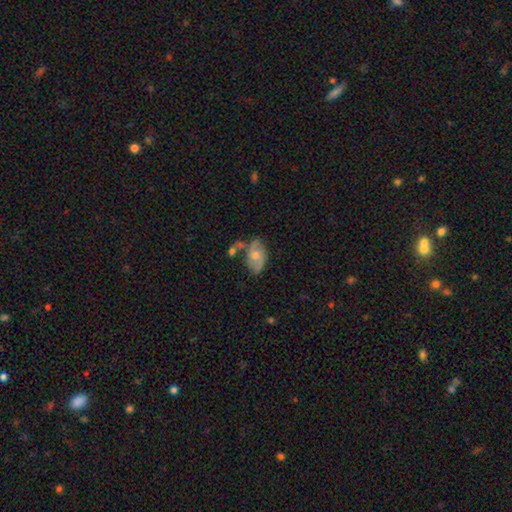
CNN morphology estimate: Overall: featured or disk (48%; smooth 45%). Merging: none (49%; minor disturbance 25%).